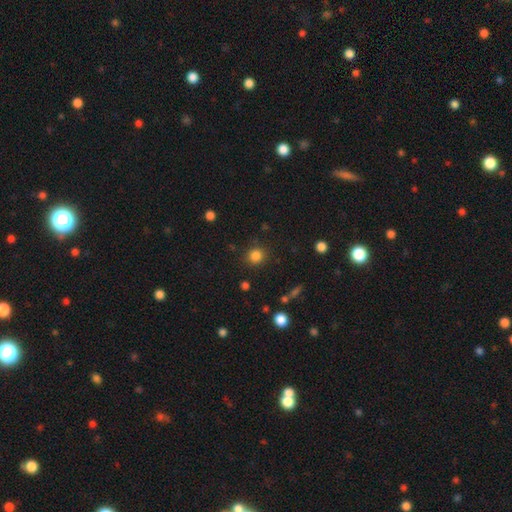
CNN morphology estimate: Overall: smooth (83%). How rounded: round (89%). Merging: none (86%).